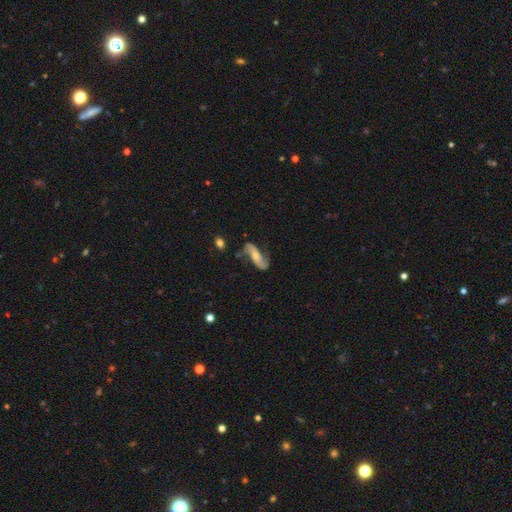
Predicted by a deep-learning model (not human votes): smooth_or_featured: featured or disk (p=0.75) [alt: smooth p=0.19]
disk_edge_on: no (p=0.91) [alt: yes p=0.09]
bar: no (p=0.46) [alt: weak p=0.32]
has_spiral_arms: yes (p=0.93) [alt: no p=0.07]
spiral_winding: loose (p=0.61) [alt: medium p=0.29]
spiral_arm_count: 2 (p=0.90) [alt: can't tell p=0.04]
bulge_size: moderate (p=0.43) [alt: small p=0.37]
merging: none (p=0.64) [alt: minor disturbance p=0.20]